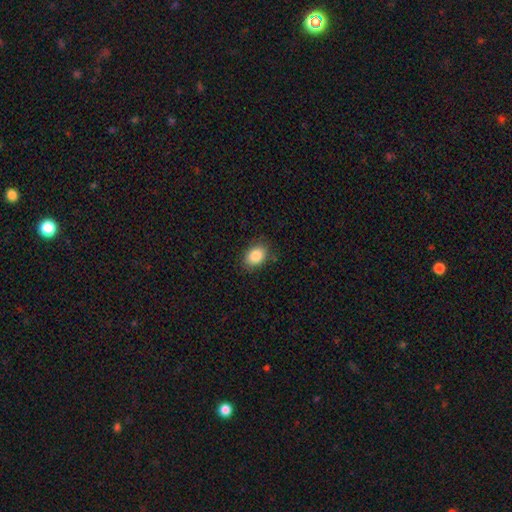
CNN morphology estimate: The model was most divided on "how rounded": in between: 77%, round: 22%, cigar-shaped: 1%. More confident: smooth or featured — smooth (87%); merging — none (84%).